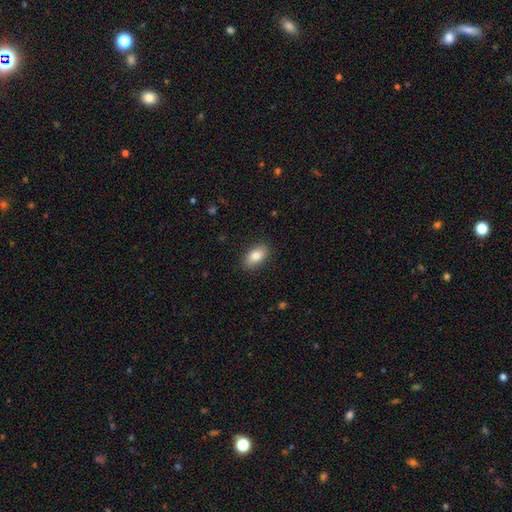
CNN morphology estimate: Smooth or featured? smooth (83%)
How rounded? in between (91%)
Merging? none (88%)